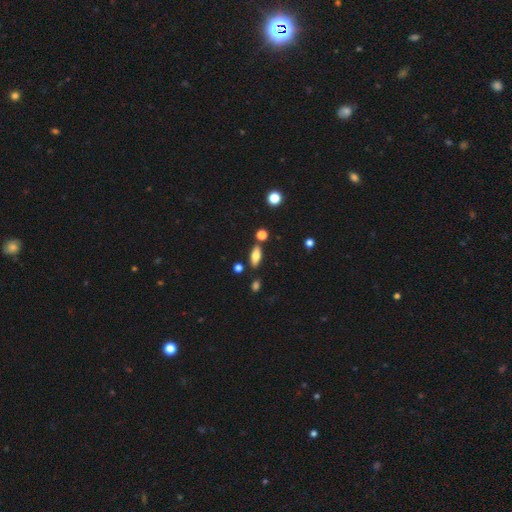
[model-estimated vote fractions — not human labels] The model was most divided on "smooth or featured": smooth: 71%, featured or disk: 21%, star or artifact: 8%. More confident: merging — none (79%); how rounded — in between (74%).